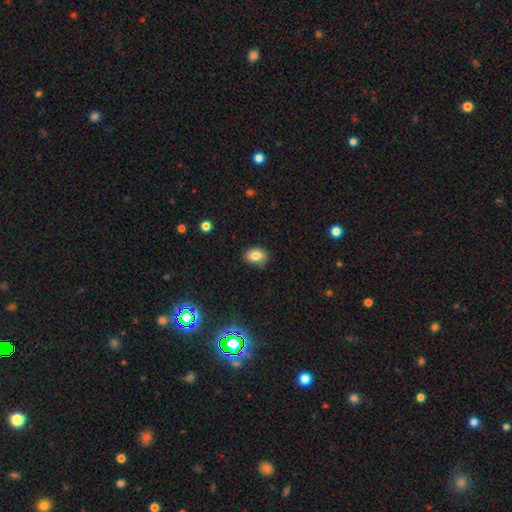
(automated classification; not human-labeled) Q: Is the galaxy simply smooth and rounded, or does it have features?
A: smooth — 83%.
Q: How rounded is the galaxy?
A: in between — 69%.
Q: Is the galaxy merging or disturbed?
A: none — 79%.